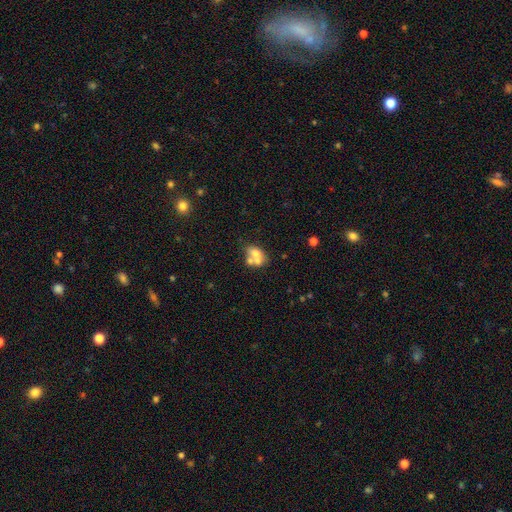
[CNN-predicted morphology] smooth-or-featured: smooth: 59% | featured or disk: 30% | star or artifact: 12%
  how-rounded: in between: 73% | round: 25% | cigar-shaped: 2%
  merging: merger: 55% | none: 27% | minor disturbance: 10% | major disturbance: 8%